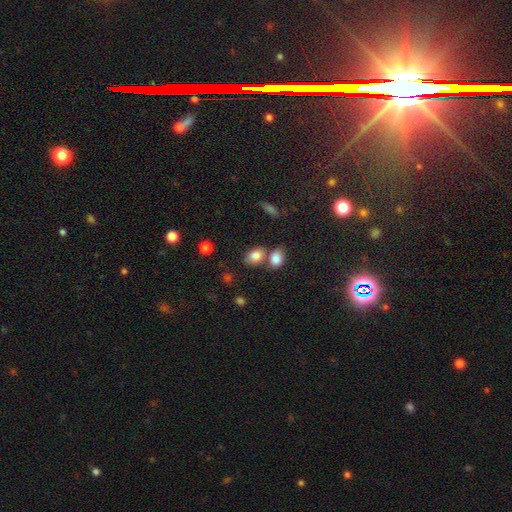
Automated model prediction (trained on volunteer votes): Morphology: type=smooth (82%); roundness=in between (73%); merging=none (53%).